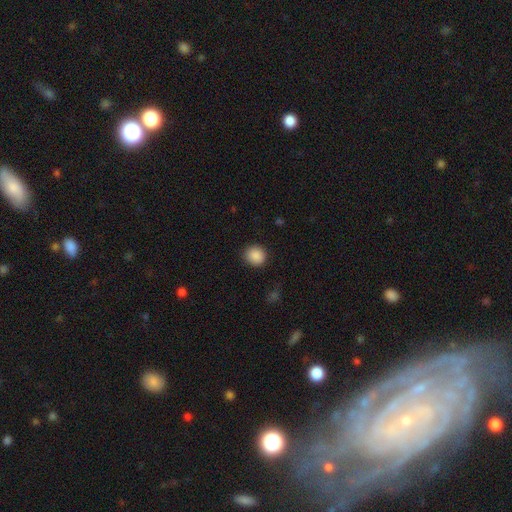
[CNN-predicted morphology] A smooth galaxy with no disk features (88%) that is round (88%). Merging: none (89%).